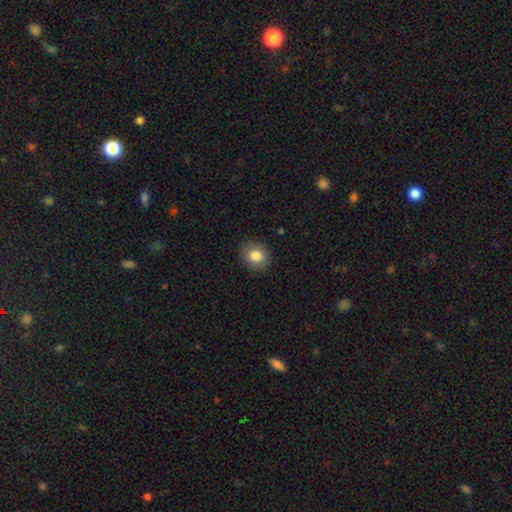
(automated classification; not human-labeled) This appears to be a smooth galaxy with no disk features (83%) that is round (76%). Merging: none (89%).